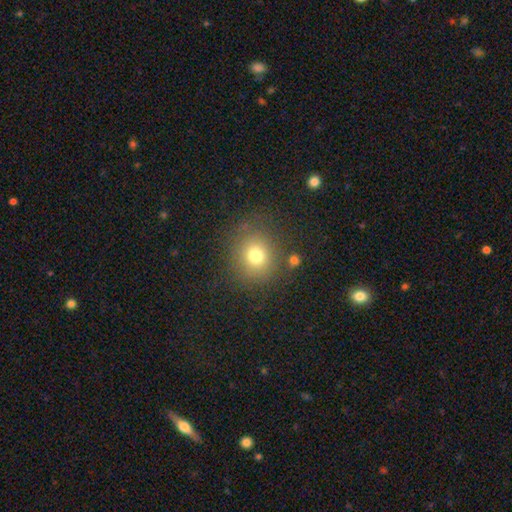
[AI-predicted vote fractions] A smooth galaxy with no disk features (74%) that is round (84%).

Vote fractions:
- Smooth or featured? smooth: 74% / star or artifact: 15% / featured or disk: 11%
- How rounded? round: 84% / in between: 15% / cigar-shaped: 1%
- Merging? none: 81% / minor disturbance: 11% / major disturbance: 5% / merger: 3%